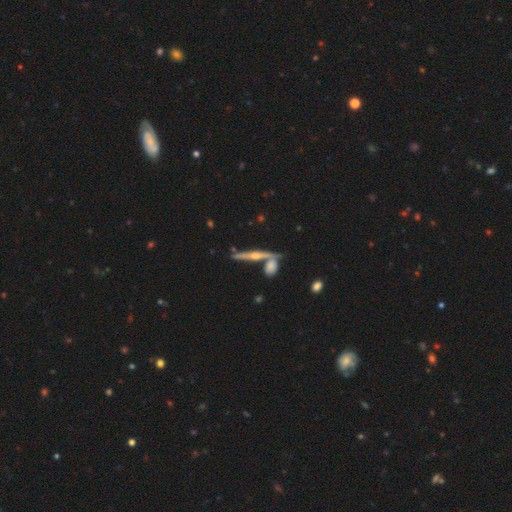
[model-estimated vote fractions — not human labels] Smooth or featured? Predicted: featured or disk (p=0.66). Edge-on disk? Predicted: yes (p=0.73). Merging? Predicted: none (p=0.46).